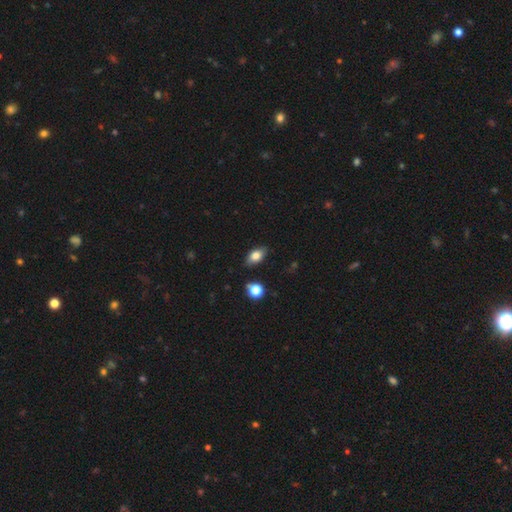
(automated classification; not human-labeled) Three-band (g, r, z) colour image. It shows a smooth galaxy with no disk features (77%) that is in between round and cigar-shaped (88%). Merging: none (84%).